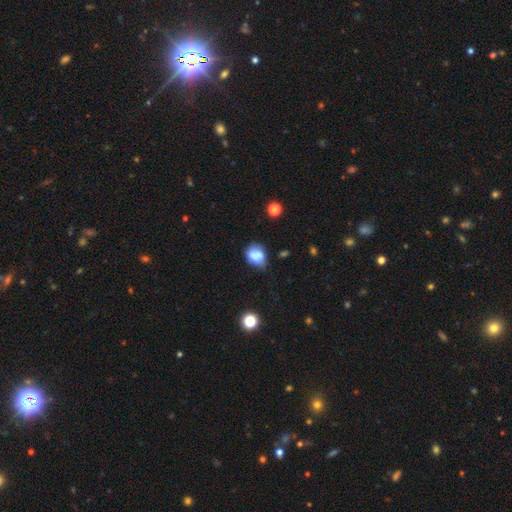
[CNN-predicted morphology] smooth 69%, featured or disk 20%, star or artifact 11%. Down the decision tree: how rounded — in between (58%); merging — none (42%).